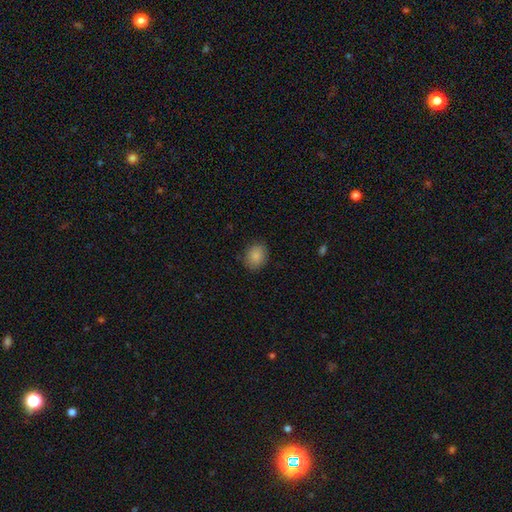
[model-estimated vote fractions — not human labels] Smooth or featured? smooth (87%)
How rounded? round (55%)
Merging? none (84%)